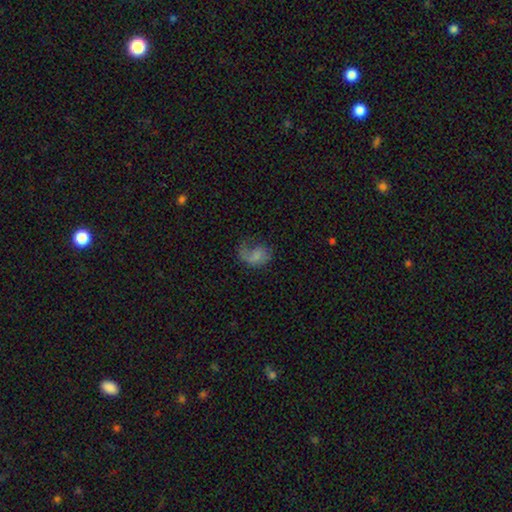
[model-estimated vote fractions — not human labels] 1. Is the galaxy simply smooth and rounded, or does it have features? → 52% smooth, 36% featured or disk, 11% star or artifact.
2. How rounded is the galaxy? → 73% in between, 26% round, 1% cigar-shaped.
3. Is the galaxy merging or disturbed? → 46% major disturbance, 29% none, 22% minor disturbance, 3% merger.